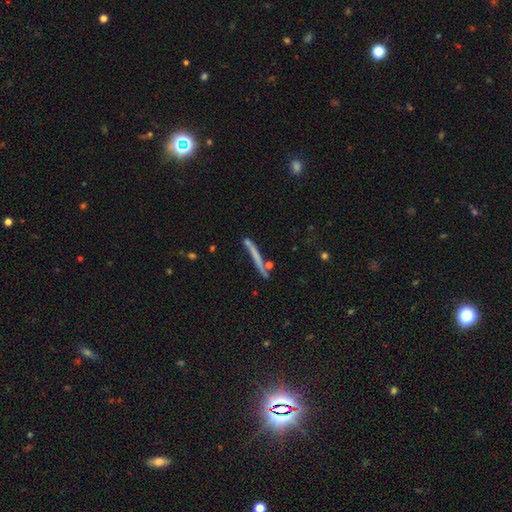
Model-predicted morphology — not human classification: Overall: smooth (48%; featured or disk 44%). Merging: none (71%).